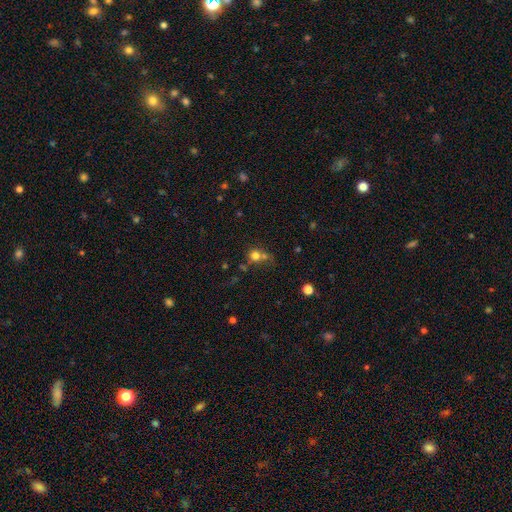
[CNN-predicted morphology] smooth_or_featured: smooth (p=0.72) [alt: star or artifact p=0.18]
how_rounded: round (p=0.86) [alt: in between p=0.13]
merging: none (p=0.47) [alt: merger p=0.36]